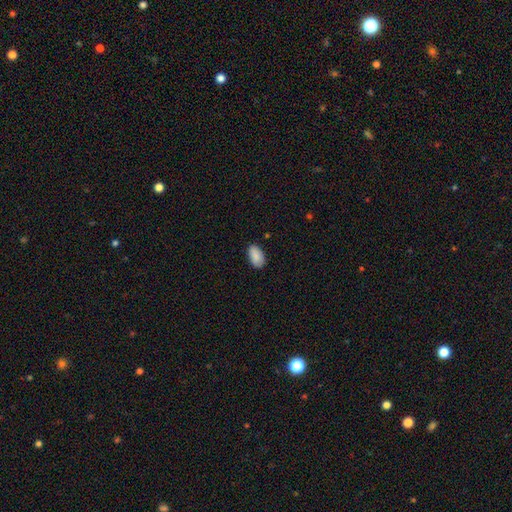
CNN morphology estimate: type=smooth (89%); roundness=in between (94%); merging=none (82%).